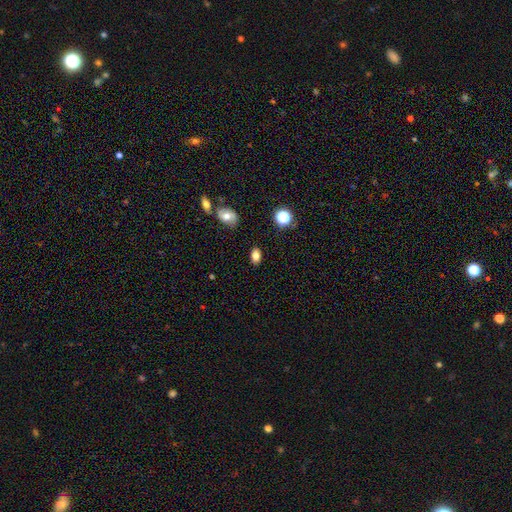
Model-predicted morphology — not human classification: Smooth or featured?
  - smooth: 78% *
  - star or artifact: 12%
  - featured or disk: 10%
How rounded?
  - in between: 85% *
  - round: 13%
  - cigar-shaped: 2%
Merging?
  - none: 84% *
  - minor disturbance: 11%
  - major disturbance: 3%
  - merger: 2%